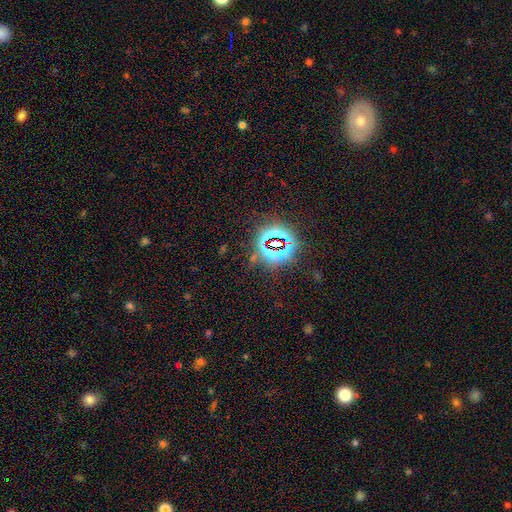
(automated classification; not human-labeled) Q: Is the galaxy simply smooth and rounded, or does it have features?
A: star or artifact — 80%.